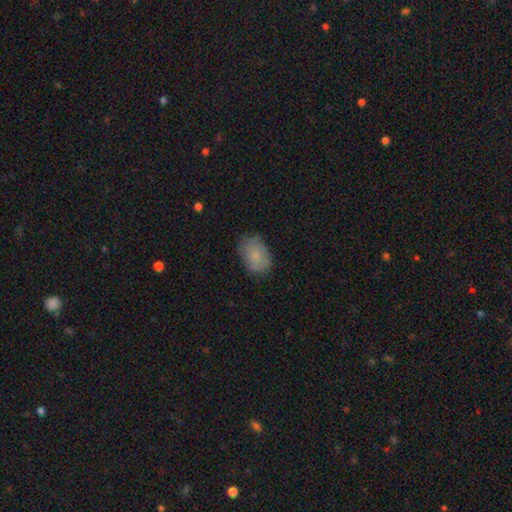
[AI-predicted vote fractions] Smooth or featured: smooth — 76% (featured or disk — 16%)
How rounded: in between — 79% (round — 20%)
Merging: none — 71% (minor disturbance — 23%)